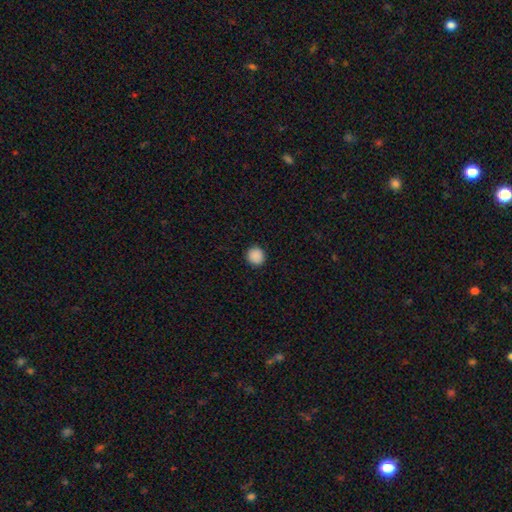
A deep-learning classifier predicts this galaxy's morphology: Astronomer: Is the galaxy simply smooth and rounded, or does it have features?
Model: smooth — 89%.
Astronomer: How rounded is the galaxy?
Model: round — 93%.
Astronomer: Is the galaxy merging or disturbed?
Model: none — 92%.